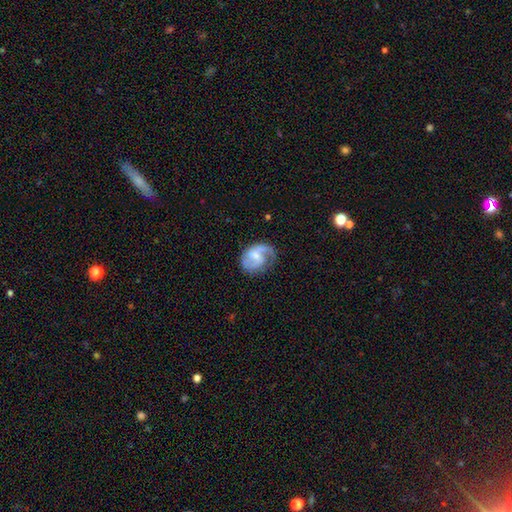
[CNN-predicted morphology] A featured or disk galaxy (77%) with a weak bar (47%), 2 (71%) medium (50%) spiral arms (93%) and a small central bulge (51%). Merging: none (62%).